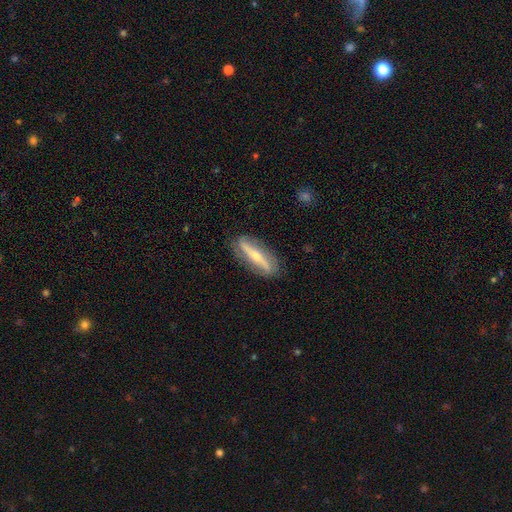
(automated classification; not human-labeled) Overall: featured or disk (73%). Edge-on disk: yes (58%; no 42%). Merging: none (84%).